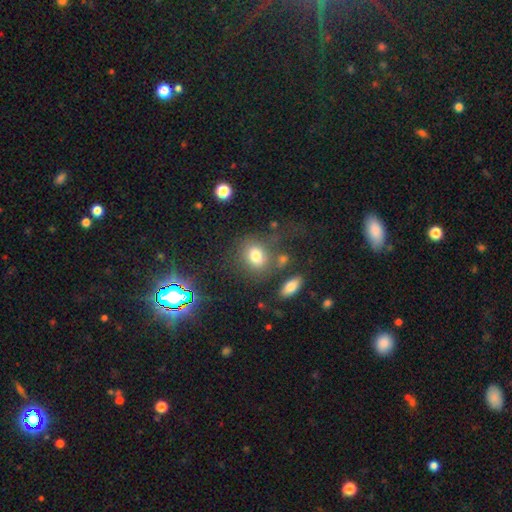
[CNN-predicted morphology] Q: Smooth or featured?
A: smooth (76%); runner-up: star or artifact (13%)
Q: How rounded?
A: round (55%); runner-up: in between (44%)
Q: Merging?
A: none (64%); runner-up: minor disturbance (16%)